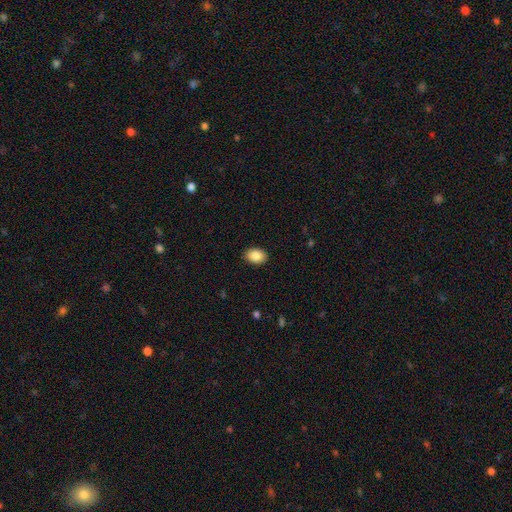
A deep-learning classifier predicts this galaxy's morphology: The model was most divided on "how rounded": in between: 80%, round: 19%, cigar-shaped: 1%. More confident: merging — none (89%); smooth or featured — smooth (88%).